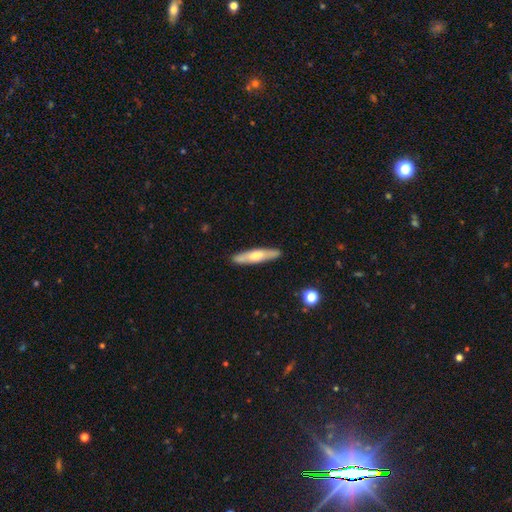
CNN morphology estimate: smooth 53%, featured or disk 41%, star or artifact 6%. Down the decision tree: how rounded — cigar-shaped (82%); merging — none (89%).